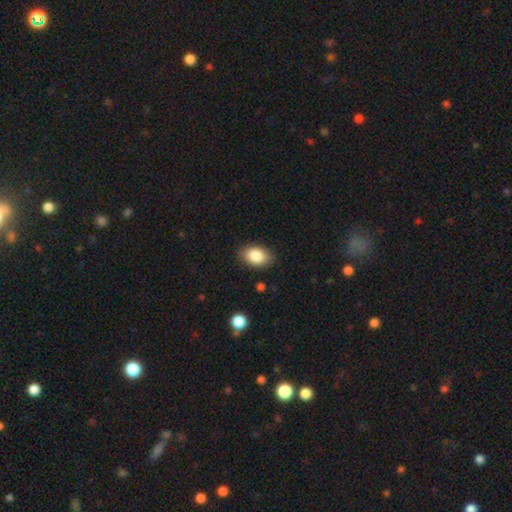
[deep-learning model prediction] smooth_or_featured: smooth (p=0.86) [alt: star or artifact p=0.08]
how_rounded: in between (p=0.87) [alt: round p=0.12]
merging: none (p=0.85) [alt: minor disturbance p=0.11]